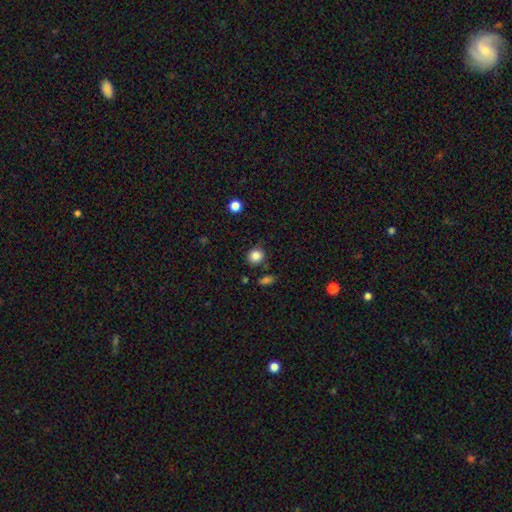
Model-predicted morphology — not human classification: This is clearly a smooth galaxy (85%). How rounded: clearly round (83%). Merging: clearly none (82%).